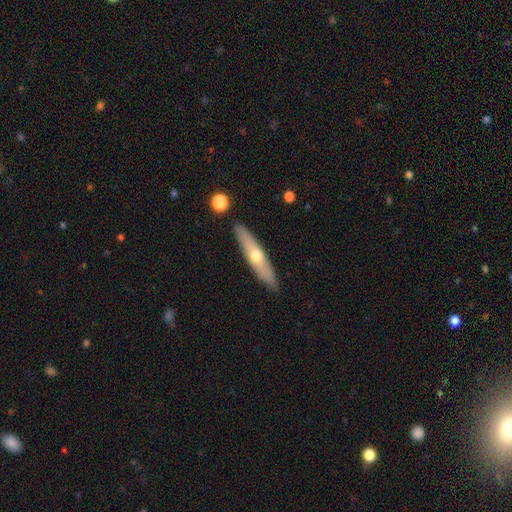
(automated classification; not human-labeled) smooth_or_featured: featured or disk (p=0.49) [alt: smooth p=0.45]
merging: none (p=0.89) [alt: minor disturbance p=0.08]